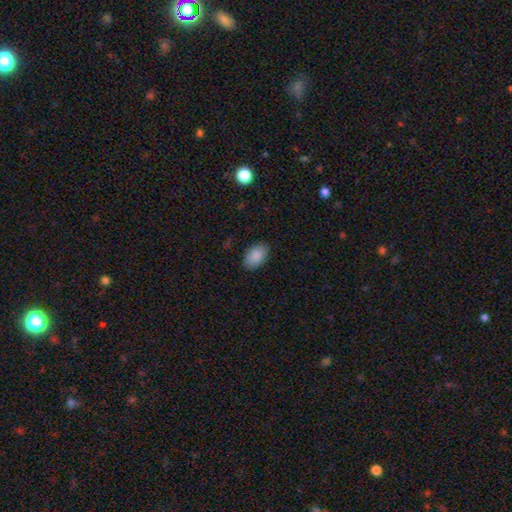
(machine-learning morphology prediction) This is clearly a smooth galaxy (89%). How rounded: clearly in between (93%). Merging: clearly none (86%).